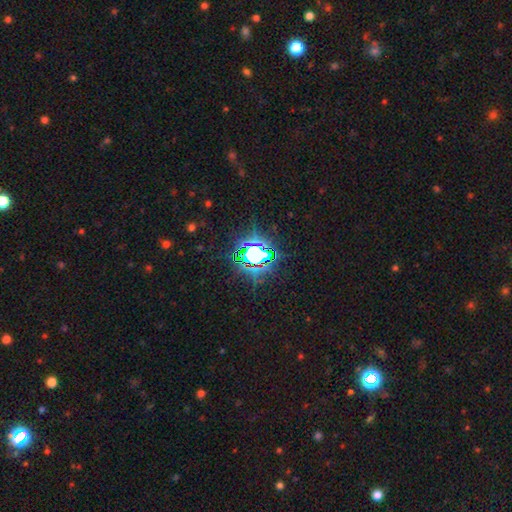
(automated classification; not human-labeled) Overall: star or artifact (77%).